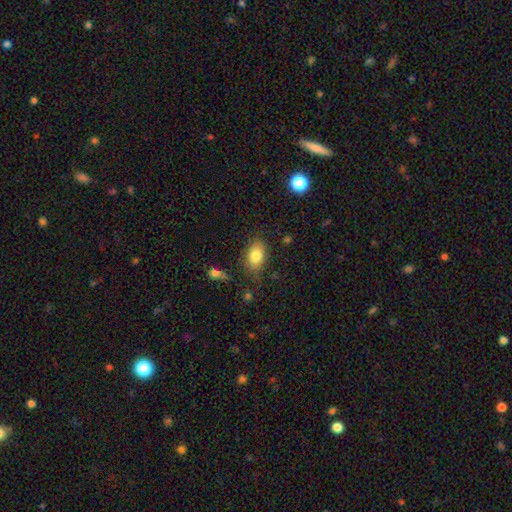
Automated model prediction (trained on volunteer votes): Morphology: type=smooth (82%); roundness=in between (83%); merging=none (76%).